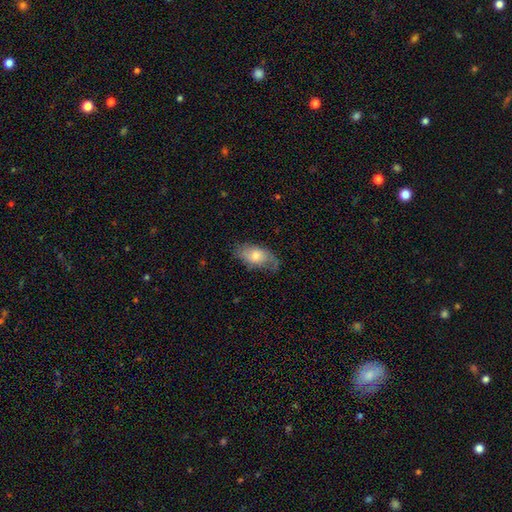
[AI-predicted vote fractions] Smooth or featured: smooth — 63% (featured or disk — 31%)
How rounded: in between — 91% (round — 5%)
Merging: none — 60% (minor disturbance — 27%)